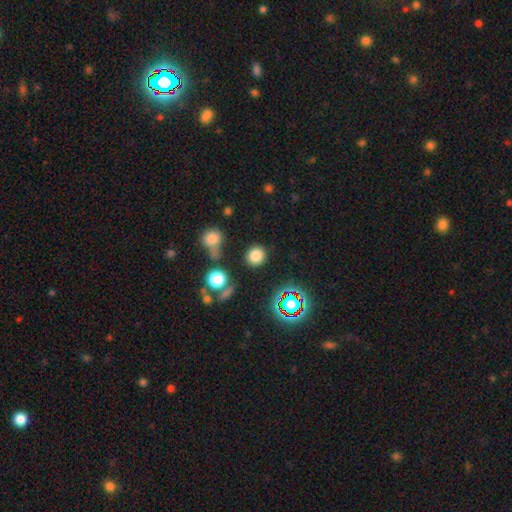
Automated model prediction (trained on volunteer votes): This is likely a smooth galaxy (79%). How rounded: clearly round (89%). Merging: clearly none (85%).